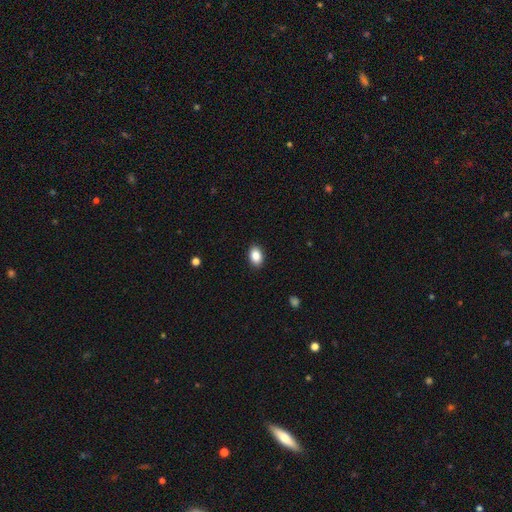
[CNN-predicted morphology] The model was most divided on "how rounded": in between: 84%, round: 15%, cigar-shaped: 1%. More confident: merging — none (90%); smooth or featured — smooth (88%).